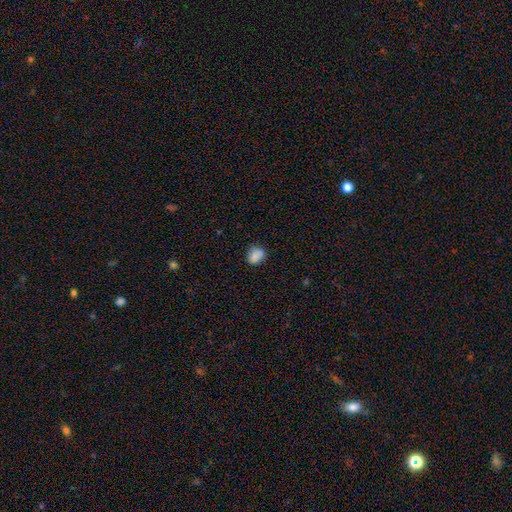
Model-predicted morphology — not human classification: This appears to be a smooth galaxy with no disk features (85%) that is in between round and cigar-shaped (53%). Merging: none (75%).